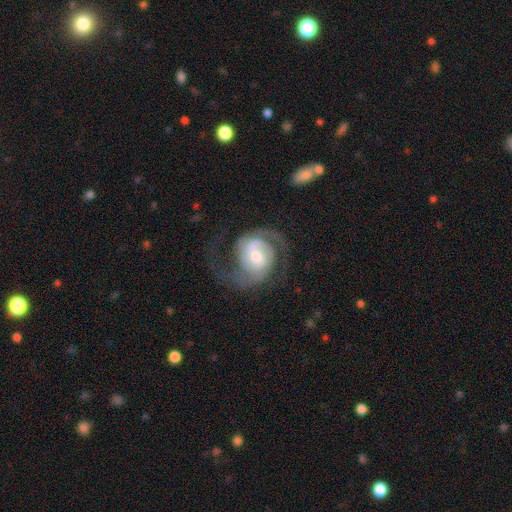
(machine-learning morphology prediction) smooth-or-featured: featured or disk: 87% | smooth: 8% | star or artifact: 5%
  disk-edge-on: no: 98% | yes: 2%
    bar: no: 50% | weak: 40% | strong: 10%
    has-spiral-arms: yes: 97% | no: 3%
      spiral-winding: medium: 46% | tight: 36% | loose: 18%
      spiral-arm-count: 2: 81% | 1: 6% | can't tell: 6% | 3: 4% | 4: 2% | more than 4: 2%
    bulge-size: moderate: 57% | small: 32% | large: 8% | none: 2% | dominant: 1%
  merging: none: 63% | major disturbance: 20% | minor disturbance: 16% | merger: 1%